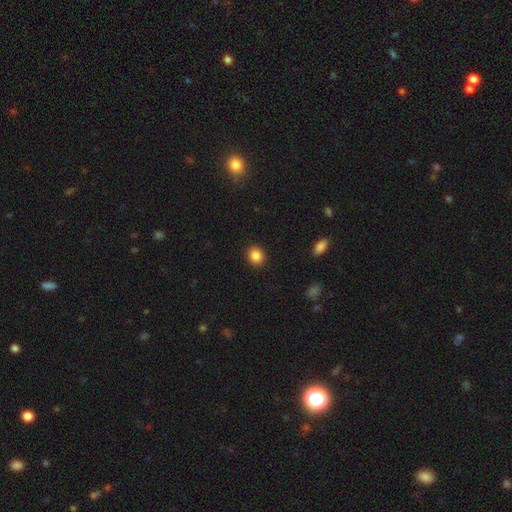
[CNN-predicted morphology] This appears to be a smooth galaxy with no disk features (86%) that is round (73%). Merging: none (91%).